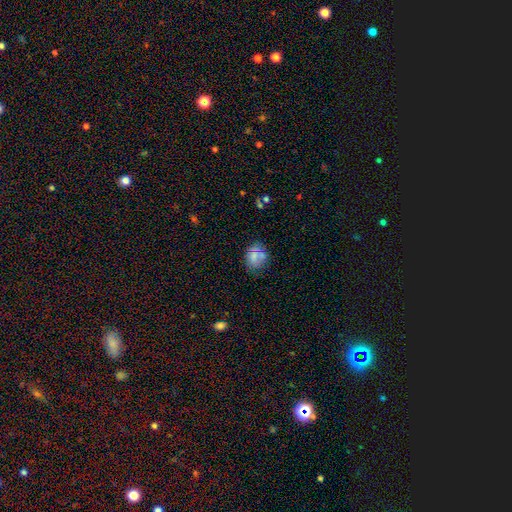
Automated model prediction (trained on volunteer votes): A smooth galaxy with no disk features (67%) that is round (56%).

Vote fractions:
- Smooth or featured? smooth: 67% / featured or disk: 20% / star or artifact: 13%
- How rounded? round: 56% / in between: 43% / cigar-shaped: 1%
- Merging? none: 64% / minor disturbance: 20% / merger: 9% / major disturbance: 7%